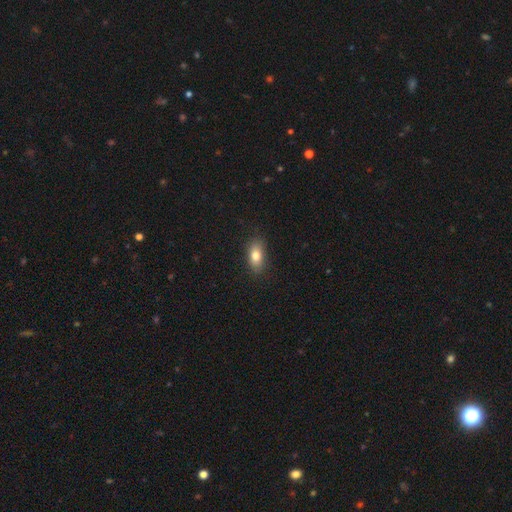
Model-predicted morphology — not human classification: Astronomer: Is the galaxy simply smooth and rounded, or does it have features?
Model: smooth — 80%.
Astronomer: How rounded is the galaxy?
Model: in between — 86%.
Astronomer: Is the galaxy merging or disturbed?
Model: none — 85%.